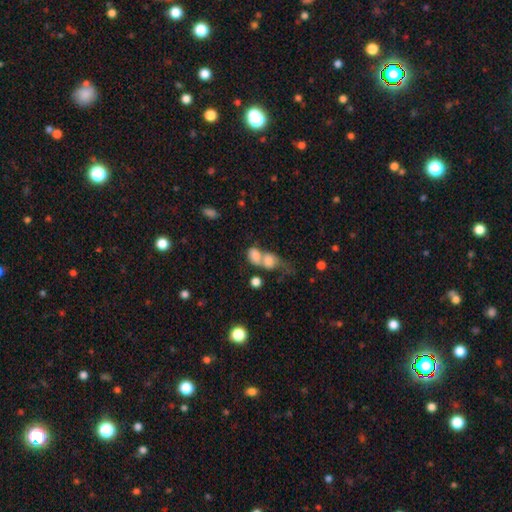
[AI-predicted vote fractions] A smooth galaxy with no disk features (74%) that is in between round and cigar-shaped (58%). Merging: merger (70%).